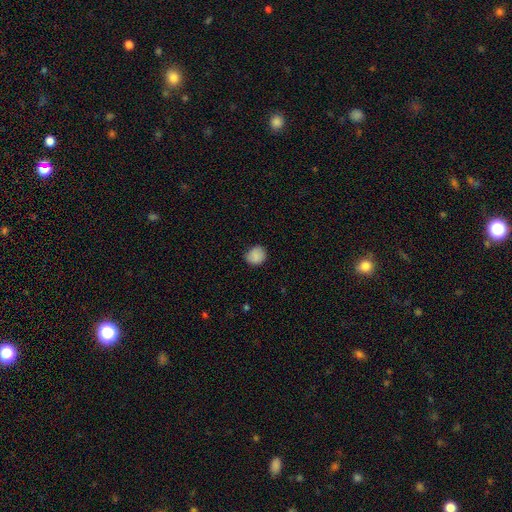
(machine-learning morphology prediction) Smooth or featured: smooth — 87% (star or artifact — 8%)
How rounded: round — 81% (in between — 18%)
Merging: none — 78% (minor disturbance — 17%)